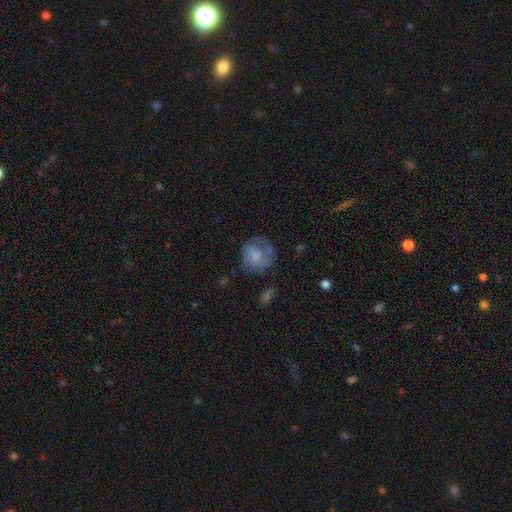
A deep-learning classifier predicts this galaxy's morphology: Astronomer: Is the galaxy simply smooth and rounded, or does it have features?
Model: smooth — 49% (runner-up: featured or disk, 42%).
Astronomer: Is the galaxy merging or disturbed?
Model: none — 49%.